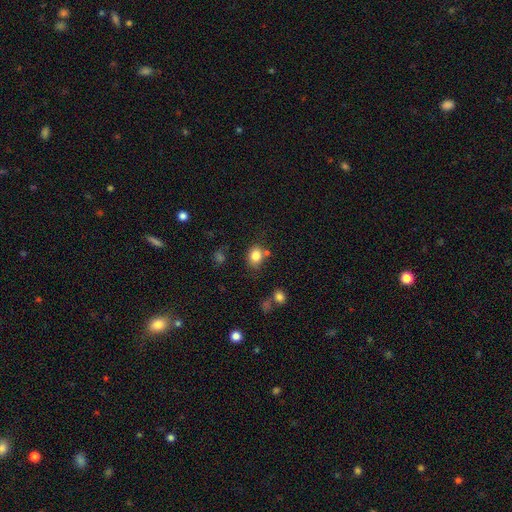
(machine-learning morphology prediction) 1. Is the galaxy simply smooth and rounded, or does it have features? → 82% smooth, 10% star or artifact, 7% featured or disk.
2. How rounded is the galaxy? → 53% in between, 46% round, 1% cigar-shaped.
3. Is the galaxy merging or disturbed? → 71% none, 16% minor disturbance, 9% merger, 5% major disturbance.